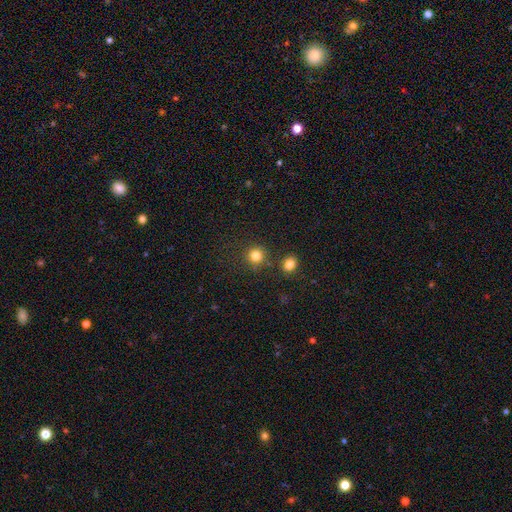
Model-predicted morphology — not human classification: Smooth or featured? Predicted: smooth (p=0.83). How rounded? Predicted: round (p=0.91). Merging? Predicted: none (p=0.82).